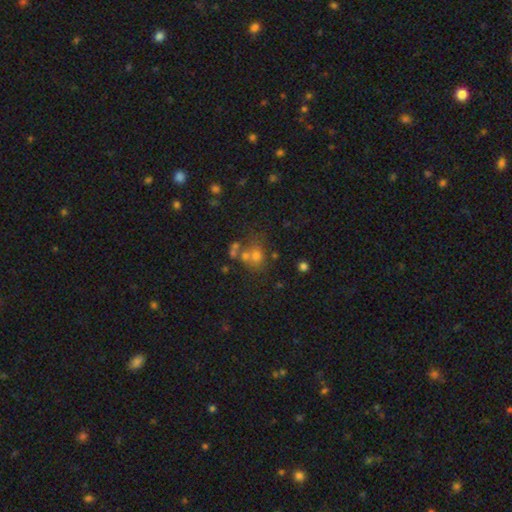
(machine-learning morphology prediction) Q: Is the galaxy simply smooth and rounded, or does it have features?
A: smooth — 58%.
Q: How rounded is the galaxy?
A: round — 68%.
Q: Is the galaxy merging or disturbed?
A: none — 42%.